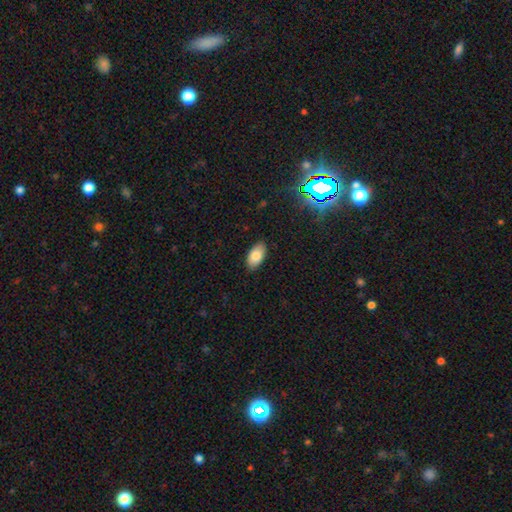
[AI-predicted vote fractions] smooth-or-featured: smooth: 83% | featured or disk: 9% | star or artifact: 8%
  how-rounded: in between: 94% | cigar-shaped: 3% | round: 3%
  merging: none: 88% | minor disturbance: 9% | major disturbance: 2% | merger: 1%